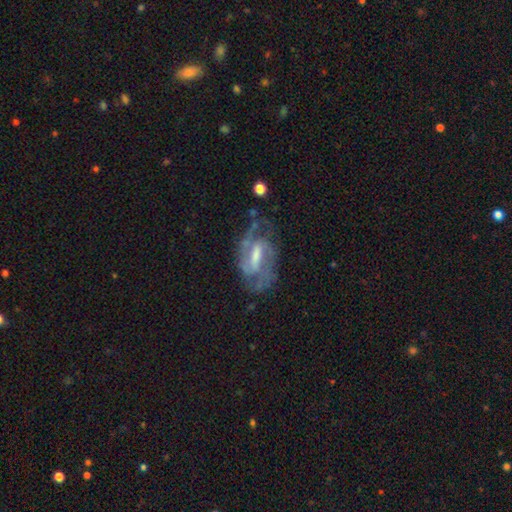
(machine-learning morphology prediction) type=featured or disk (86%); edge-on=no (96%); bar=weak (48%); spiral arms=yes (95%); winding=medium (50%); arm count=2 (69%); bulge=moderate (45%); merging=none (64%).